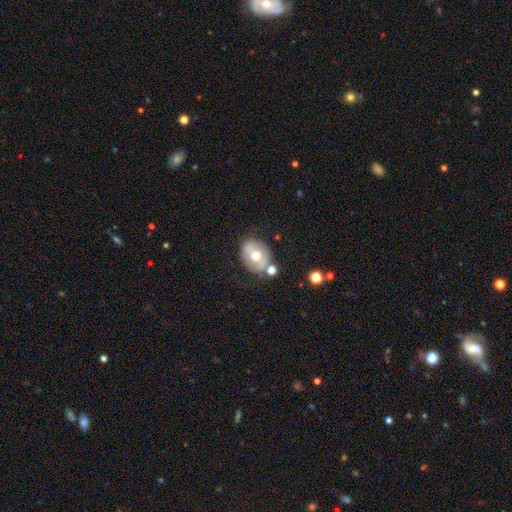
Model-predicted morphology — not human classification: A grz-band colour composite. It shows a smooth galaxy with no disk features (54%) that is in between round and cigar-shaped (51%). Merging: none (68%).